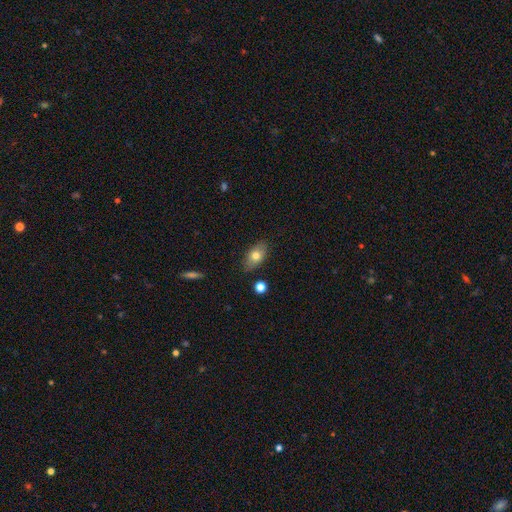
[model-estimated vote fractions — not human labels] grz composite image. It shows a smooth galaxy with no disk features (73%) that is in between round and cigar-shaped (87%). Merging: none (84%).